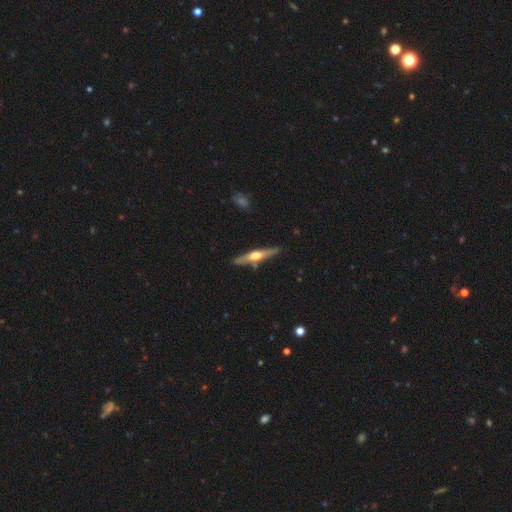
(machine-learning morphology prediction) Smooth or featured? featured or disk (65%)
Edge-on disk? yes (96%)
Edge-on bulge? rounded (90%)
Merging? none (85%)